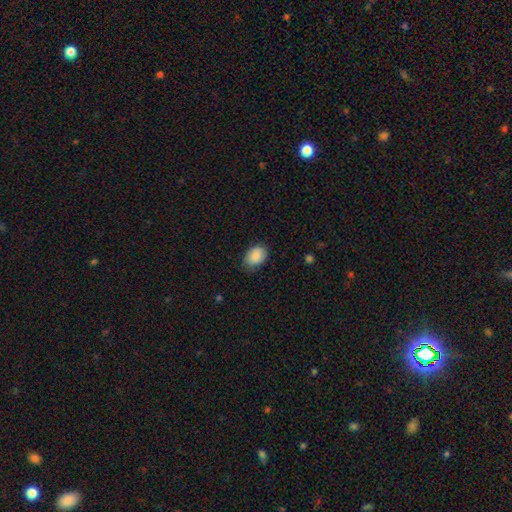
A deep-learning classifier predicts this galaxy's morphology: Smooth or featured?
  - smooth: 89% *
  - star or artifact: 7%
  - featured or disk: 5%
How rounded?
  - in between: 76% *
  - round: 23%
  - cigar-shaped: 1%
Merging?
  - none: 72% *
  - minor disturbance: 23%
  - major disturbance: 4%
  - merger: 1%